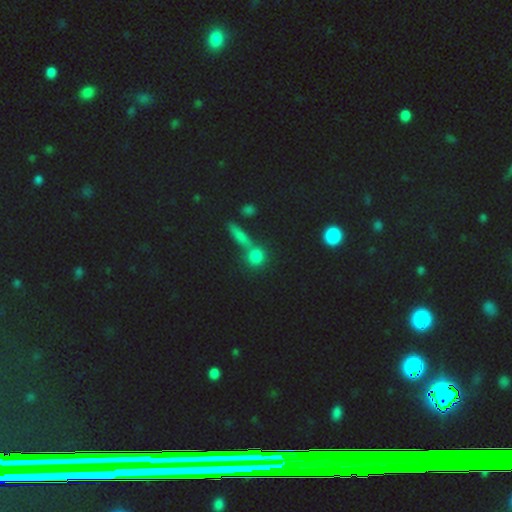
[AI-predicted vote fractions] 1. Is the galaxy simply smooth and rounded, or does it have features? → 64% smooth, 26% star or artifact, 10% featured or disk.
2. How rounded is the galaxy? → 75% round, 16% in between, 9% cigar-shaped.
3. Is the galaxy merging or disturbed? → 59% none, 28% merger, 9% minor disturbance, 5% major disturbance.